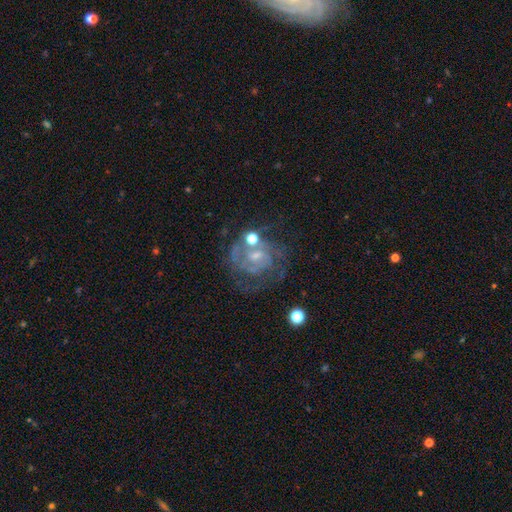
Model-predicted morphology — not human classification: Smooth or featured? featured or disk (79%)
Edge-on disk? no (98%)
Bar? no (46%)
Spiral arms? yes (88%)
Spiral winding? tight (54%)
Spiral arm count? 2 (36%)
Bulge size? small (51%)
Merging? none (57%)